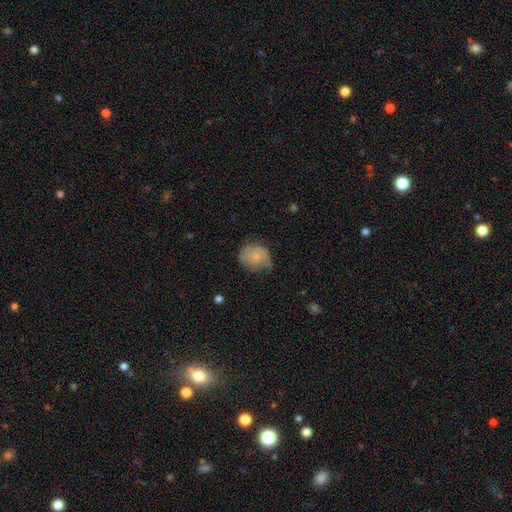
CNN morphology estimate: A smooth galaxy with no disk features (51%) that is round (65%).

Vote fractions:
- Smooth or featured? smooth: 51% / featured or disk: 41% / star or artifact: 8%
- How rounded? round: 65% / in between: 34% / cigar-shaped: 1%
- Merging? none: 57% / minor disturbance: 30% / major disturbance: 12% / merger: 1%